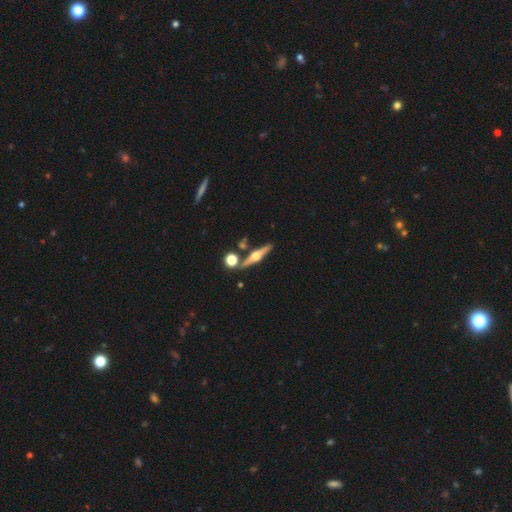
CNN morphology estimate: Smooth or featured?
  - featured or disk: 79% *
  - smooth: 14%
  - star or artifact: 7%
Edge-on disk?
  - yes: 97% *
  - no: 3%
Edge-on bulge?
  - rounded: 95% *
  - boxy: 3%
  - none: 2%
Merging?
  - none: 83% *
  - minor disturbance: 8%
  - merger: 7%
  - major disturbance: 2%